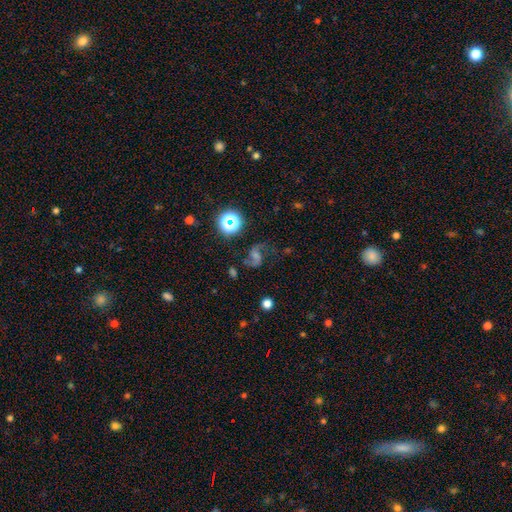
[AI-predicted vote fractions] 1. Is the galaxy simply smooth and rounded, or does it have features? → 69% featured or disk, 18% star or artifact, 13% smooth.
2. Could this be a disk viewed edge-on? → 97% no, 3% yes.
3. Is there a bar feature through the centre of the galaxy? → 44% weak, 37% no, 19% strong.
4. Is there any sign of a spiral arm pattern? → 95% yes, 5% no.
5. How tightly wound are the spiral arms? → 61% loose, 33% medium, 6% tight.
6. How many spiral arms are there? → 90% 2, 5% 1, 2% can't tell, 1% 3, 1% 4, 1% more than 4.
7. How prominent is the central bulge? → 36% small, 27% none, 27% moderate, 7% large, 2% dominant.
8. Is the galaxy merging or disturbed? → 67% none, 16% minor disturbance, 13% major disturbance, 4% merger.